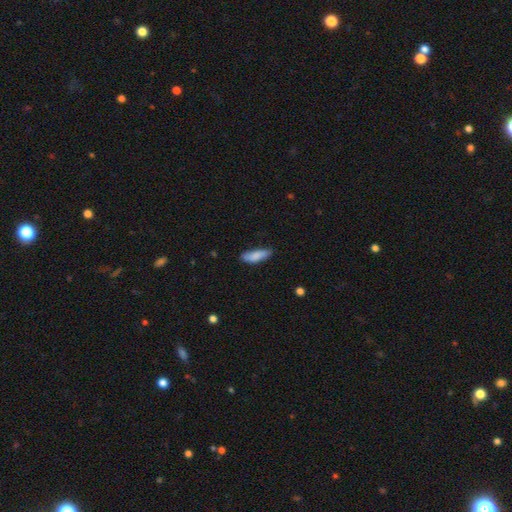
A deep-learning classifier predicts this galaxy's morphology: Smooth or featured? smooth (84%)
How rounded? in between (54%)
Merging? none (72%)